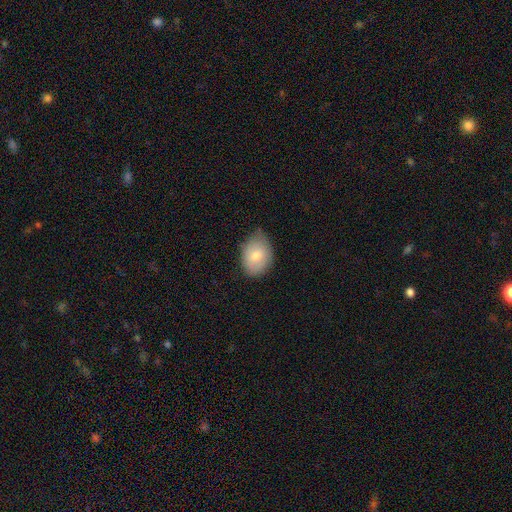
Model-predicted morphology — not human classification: This appears to be a smooth galaxy with no disk features (79%) that is in between round and cigar-shaped (74%). Merging: none (64%).